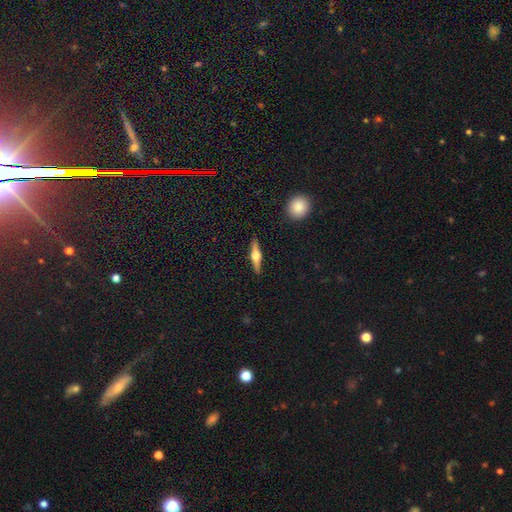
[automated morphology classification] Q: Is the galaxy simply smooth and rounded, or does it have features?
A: featured or disk — 74%.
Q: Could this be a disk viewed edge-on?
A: yes — 98%.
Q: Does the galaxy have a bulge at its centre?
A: rounded — 95%.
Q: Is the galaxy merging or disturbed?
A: none — 91%.